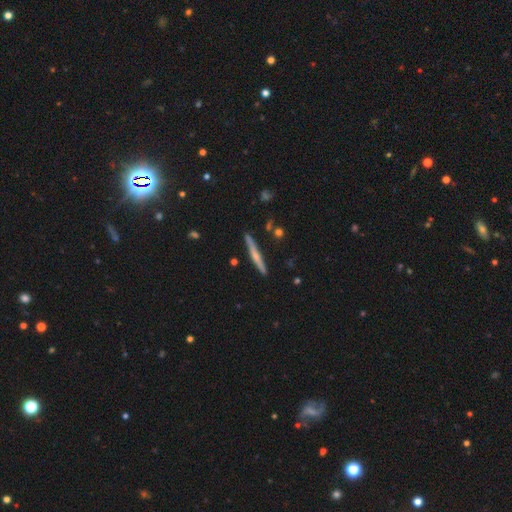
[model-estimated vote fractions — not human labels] Smooth or featured? Predicted: featured or disk (p=0.54). Edge-on disk? Predicted: yes (p=0.97). Edge-on bulge? Predicted: rounded (p=0.53). Merging? Predicted: none (p=0.88).